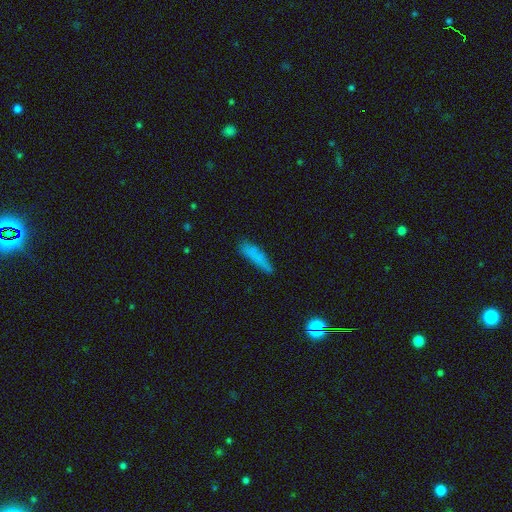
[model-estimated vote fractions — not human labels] smooth-or-featured: smooth: 78% | featured or disk: 12% | star or artifact: 10%
  how-rounded: cigar-shaped: 78% | in between: 20% | round: 2%
  merging: none: 69% | minor disturbance: 22% | major disturbance: 6% | merger: 3%